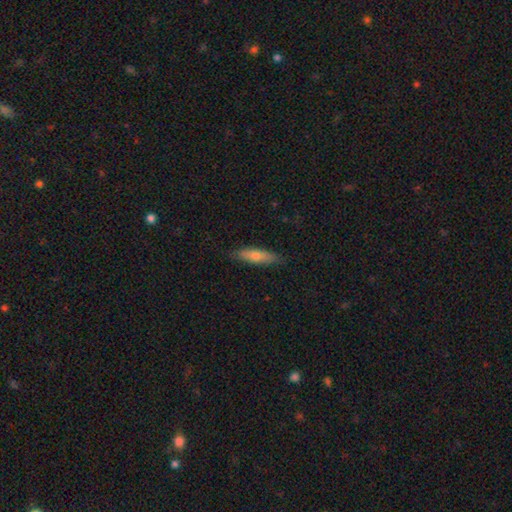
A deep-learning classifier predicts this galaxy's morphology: smooth_or_featured: smooth (p=0.67) [alt: featured or disk p=0.27]
how_rounded: cigar-shaped (p=0.66) [alt: in between p=0.32]
merging: none (p=0.85) [alt: minor disturbance p=0.12]